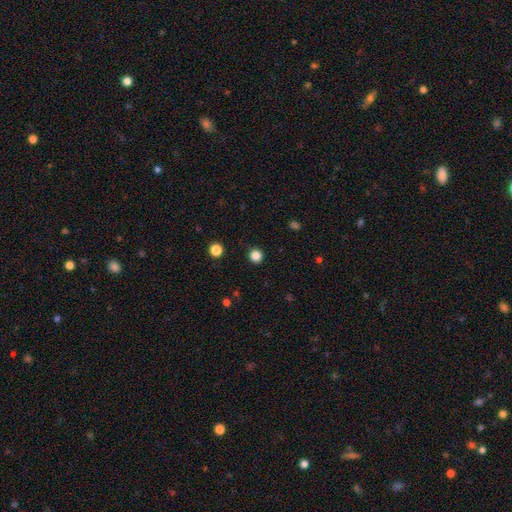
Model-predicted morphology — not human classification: Overall: smooth (84%). How rounded: round (95%). Merging: none (92%).